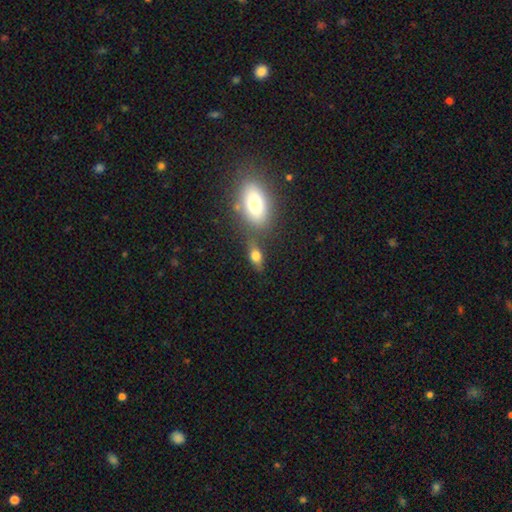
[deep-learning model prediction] This appears to be a smooth galaxy with no disk features (69%) that is in between round and cigar-shaped (73%). Merging: none (59%).